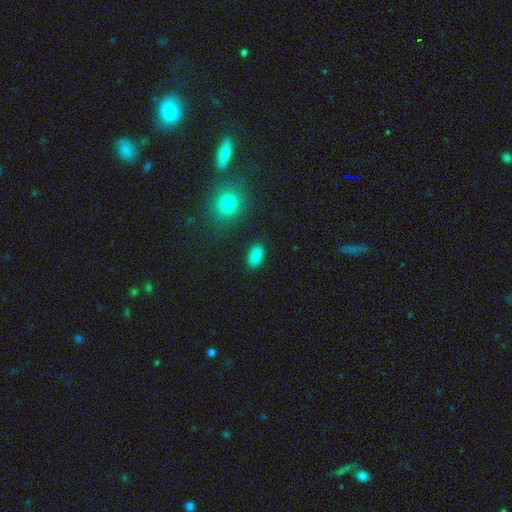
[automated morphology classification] Smooth or featured? Predicted: smooth (p=0.86). How rounded? Predicted: in between (p=0.89). Merging? Predicted: none (p=0.87).